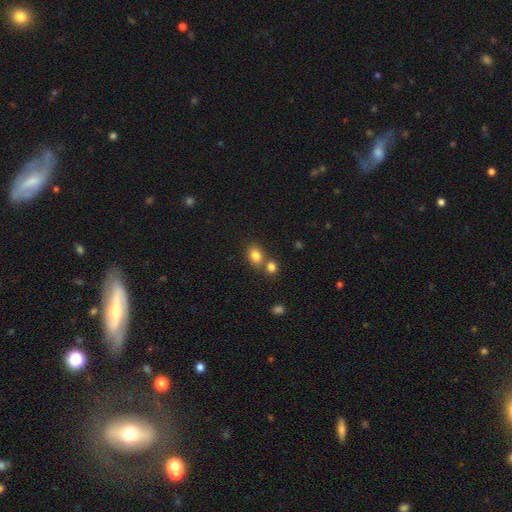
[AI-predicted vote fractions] This appears to be a smooth galaxy with no disk features (82%) that is round (50%). Merging: none (54%).